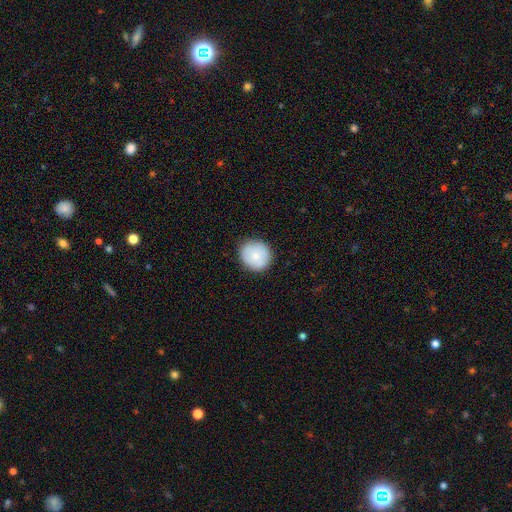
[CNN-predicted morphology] Smooth or featured?
  - smooth: 77% *
  - featured or disk: 16%
  - star or artifact: 7%
How rounded?
  - round: 87% *
  - in between: 12%
  - cigar-shaped: 1%
Merging?
  - none: 87% *
  - minor disturbance: 10%
  - major disturbance: 2%
  - merger: 1%